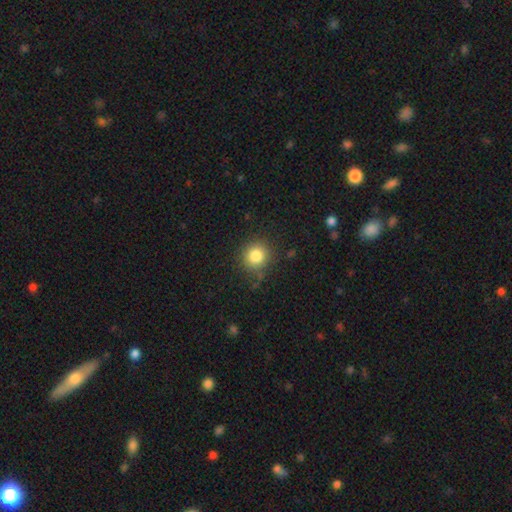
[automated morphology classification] Overall: smooth (83%). How rounded: round (90%). Merging: none (86%).